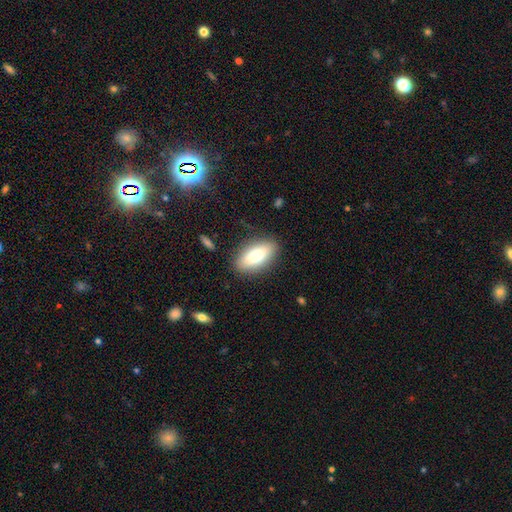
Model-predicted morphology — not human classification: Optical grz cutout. It shows a smooth galaxy with no disk features (77%) that is in between round and cigar-shaped (84%). Merging: none (85%).